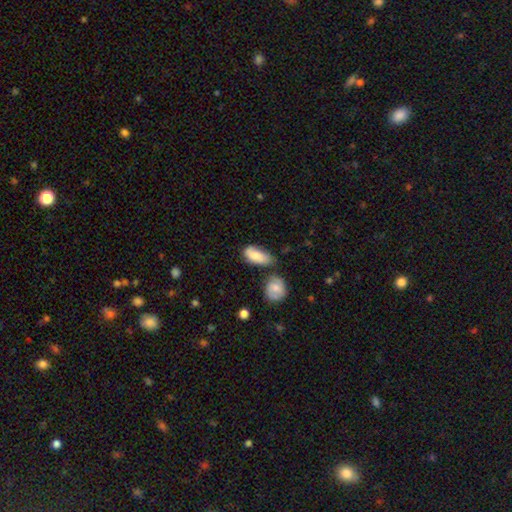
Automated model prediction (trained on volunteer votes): smooth-or-featured: smooth: 78% | featured or disk: 16% | star or artifact: 6%
  how-rounded: in between: 89% | cigar-shaped: 7% | round: 4%
  merging: none: 41% | minor disturbance: 32% | merger: 16% | major disturbance: 11%